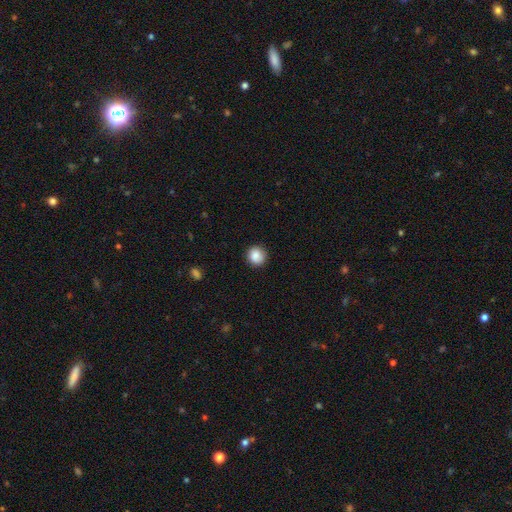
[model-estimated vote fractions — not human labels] smooth_or_featured: smooth (p=0.86) [alt: star or artifact p=0.09]
how_rounded: round (p=0.90) [alt: in between p=0.09]
merging: none (p=0.87) [alt: minor disturbance p=0.09]